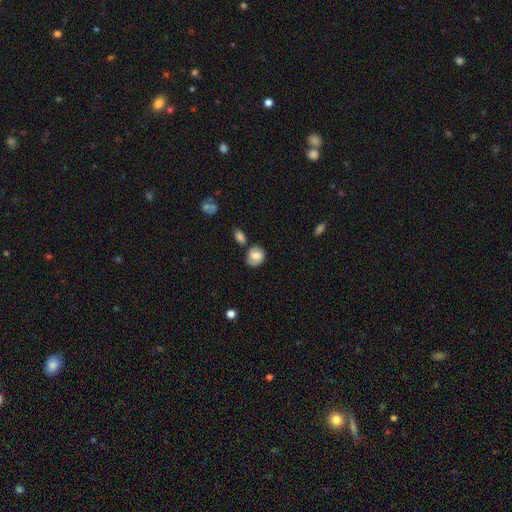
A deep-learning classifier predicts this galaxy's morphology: smooth_or_featured: smooth (p=0.58) [alt: featured or disk p=0.34]
how_rounded: round (p=0.53) [alt: in between p=0.45]
merging: none (p=0.60) [alt: minor disturbance p=0.21]